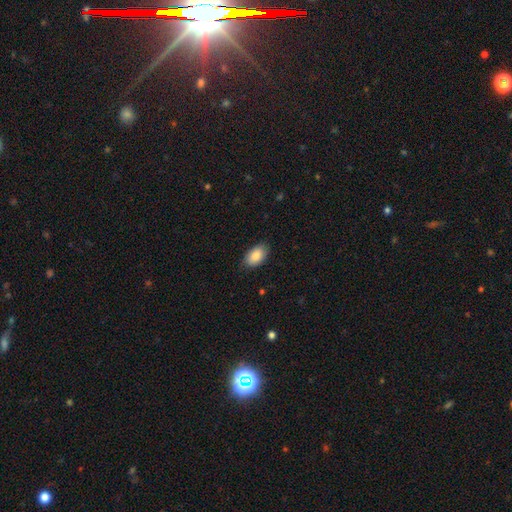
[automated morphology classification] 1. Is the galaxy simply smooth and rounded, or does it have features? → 87% smooth, 6% star or artifact, 6% featured or disk.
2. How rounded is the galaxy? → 93% in between, 6% round, 1% cigar-shaped.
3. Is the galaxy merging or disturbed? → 85% none, 12% minor disturbance, 2% major disturbance, 1% merger.